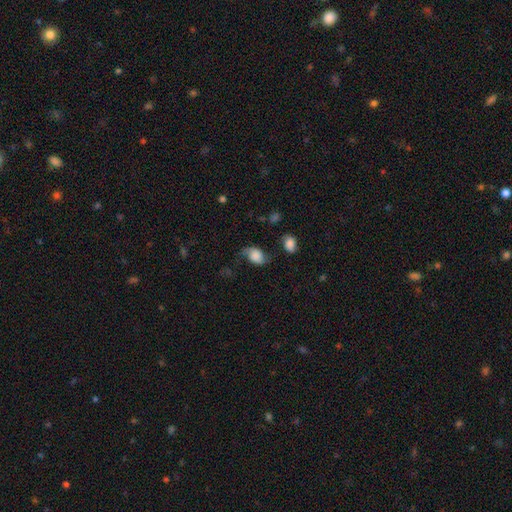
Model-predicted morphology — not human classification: This is possibly a smooth galaxy (57%). How rounded: likely in between (74%). Merging: possibly none (50%).